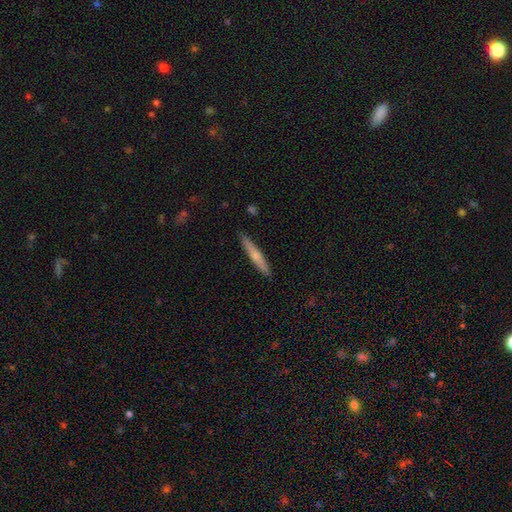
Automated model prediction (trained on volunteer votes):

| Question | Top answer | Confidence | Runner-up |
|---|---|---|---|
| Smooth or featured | smooth | 52% | featured or disk (42%) |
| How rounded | cigar-shaped | 93% | in between (5%) |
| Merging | none | 89% | minor disturbance (8%) |